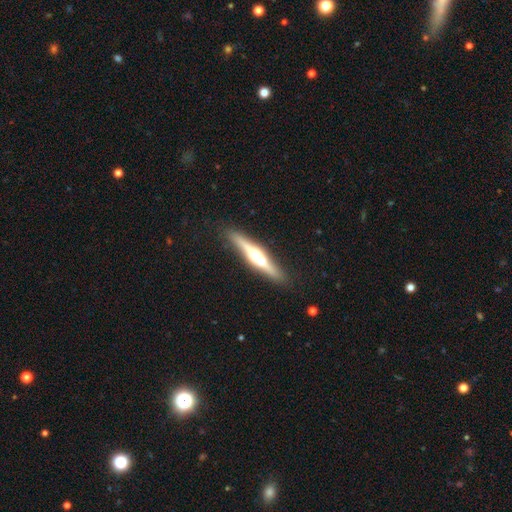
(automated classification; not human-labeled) This appears to be a featured or disk galaxy (66%) viewed edge-on (94%) with a rounded central bulge (94%). Merging: none (73%).